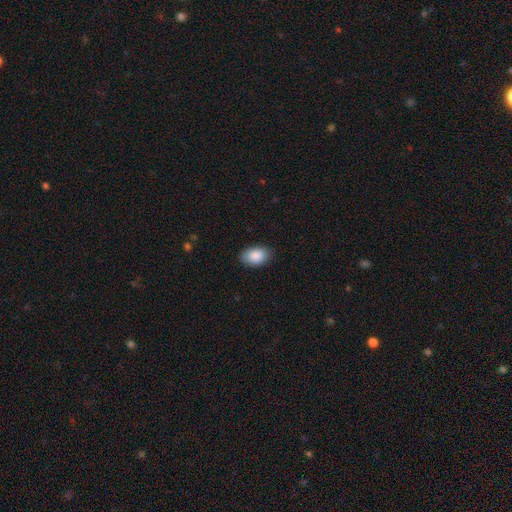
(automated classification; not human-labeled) A smooth galaxy with no disk features (89%) that is in between round and cigar-shaped (92%). Merging: none (86%).